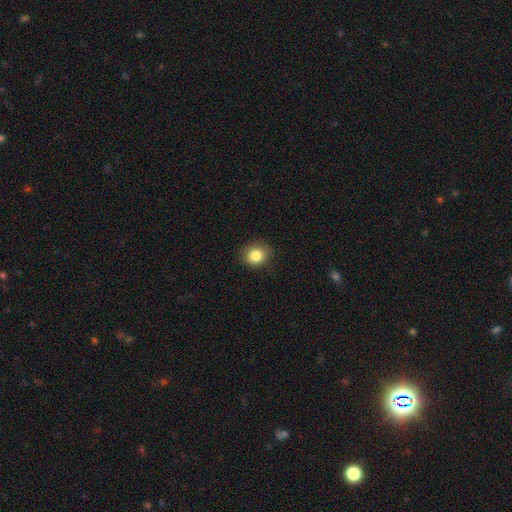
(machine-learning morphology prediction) The model was most divided on "how rounded": round: 73%, in between: 26%, cigar-shaped: 1%. More confident: merging — none (86%); smooth or featured — smooth (84%).